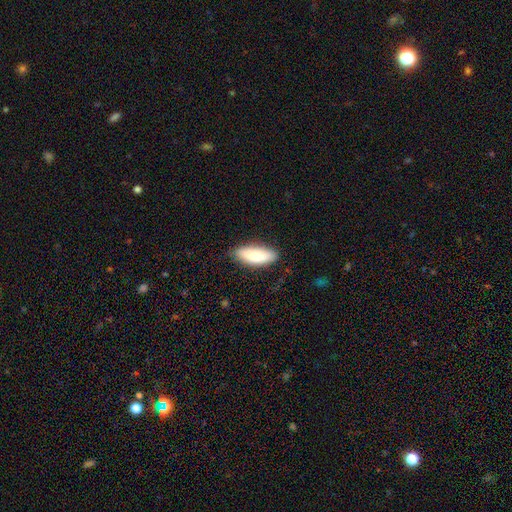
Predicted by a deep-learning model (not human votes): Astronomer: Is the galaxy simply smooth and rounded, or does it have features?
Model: smooth — 83%.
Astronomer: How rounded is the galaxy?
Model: in between — 76%.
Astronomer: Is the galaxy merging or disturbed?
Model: none — 81%.